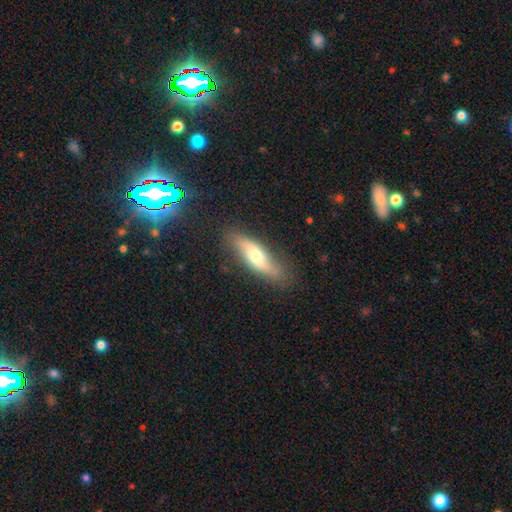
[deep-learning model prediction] This is possibly a featured or disk galaxy (50%). Merging: likely none (78%).